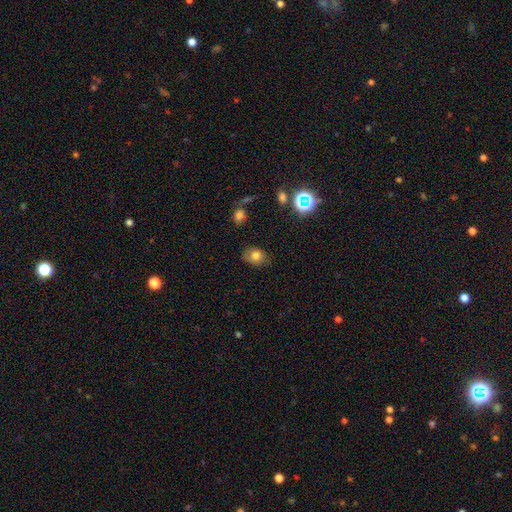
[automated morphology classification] This is likely a smooth galaxy (76%). How rounded: possibly in between (58%). Merging: likely none (75%).